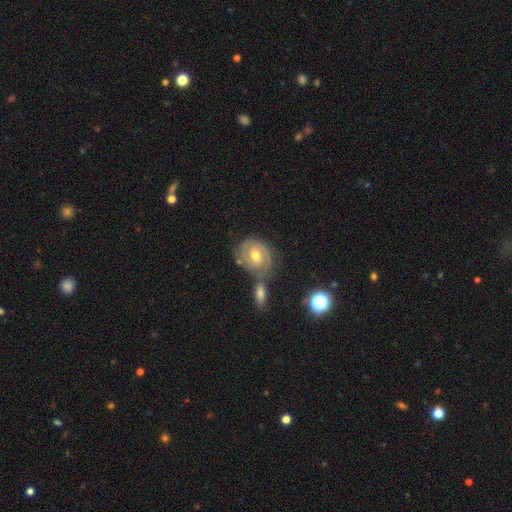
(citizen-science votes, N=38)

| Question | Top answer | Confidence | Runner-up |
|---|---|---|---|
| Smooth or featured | featured or disk | 79% | smooth (16%) |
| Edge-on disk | no | 97% | yes (3%) |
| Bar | no | 72% | weak (21%) |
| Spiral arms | yes | 90% | no (10%) |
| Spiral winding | tight | 81% | medium (19%) |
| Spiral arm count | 2 | 62% | can't tell (23%) |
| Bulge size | moderate | 83% | small (17%) |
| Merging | none | 44% | merger (42%) |